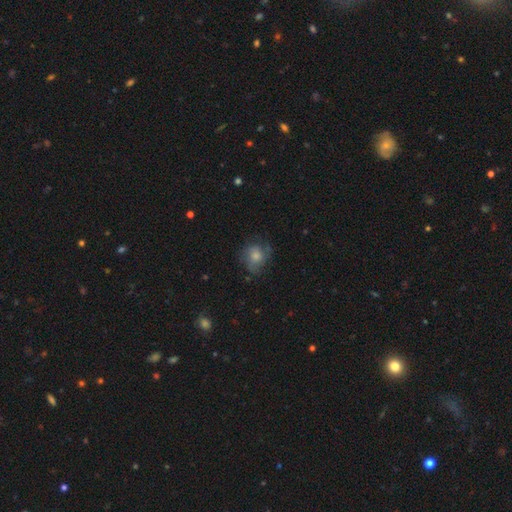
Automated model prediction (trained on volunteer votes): The model was most divided on "smooth or featured": smooth: 58%, featured or disk: 33%, star or artifact: 10%. More confident: how rounded — round (71%); merging — none (59%).